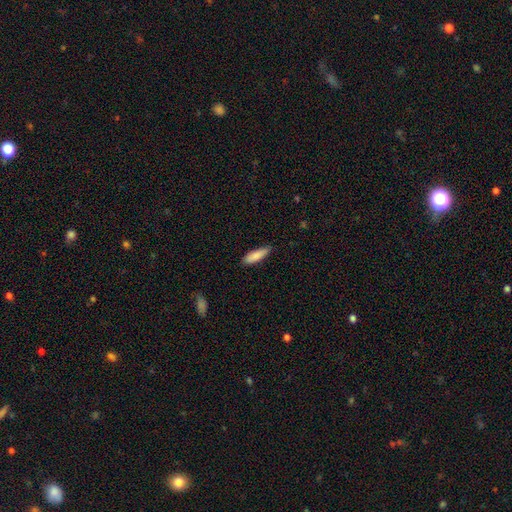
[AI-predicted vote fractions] Smooth or featured? Predicted: smooth (p=0.86). How rounded? Predicted: cigar-shaped (p=0.59). Merging? Predicted: none (p=0.82).